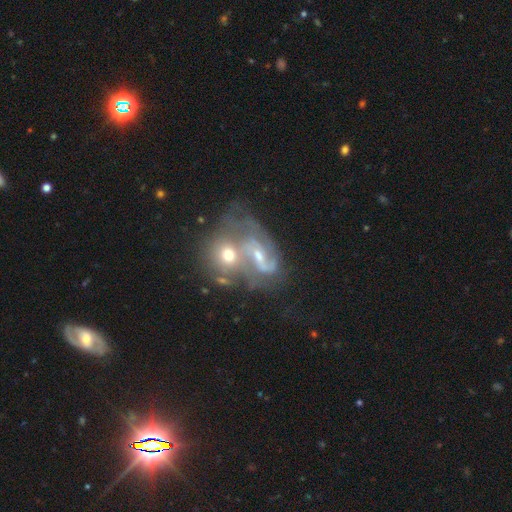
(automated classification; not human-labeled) This is likely a featured or disk galaxy (76%). It is clearly not viewed edge-on (97%). Bar: marginally no (42%). Spiral arm pattern: clearly yes (86%). Spiral arm count: likely 2 (67%). Spiral winding: marginally medium (44%). Central bulge: possibly small (47%). Merging: likely merger (69%).